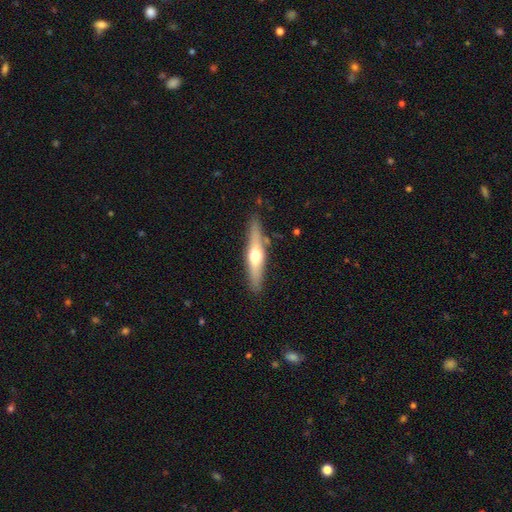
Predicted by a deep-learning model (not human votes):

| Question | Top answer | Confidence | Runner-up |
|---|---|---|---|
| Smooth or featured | featured or disk | 56% | smooth (39%) |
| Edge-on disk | yes | 92% | no (8%) |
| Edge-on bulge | rounded | 92% | none (5%) |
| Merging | none | 85% | minor disturbance (10%) |